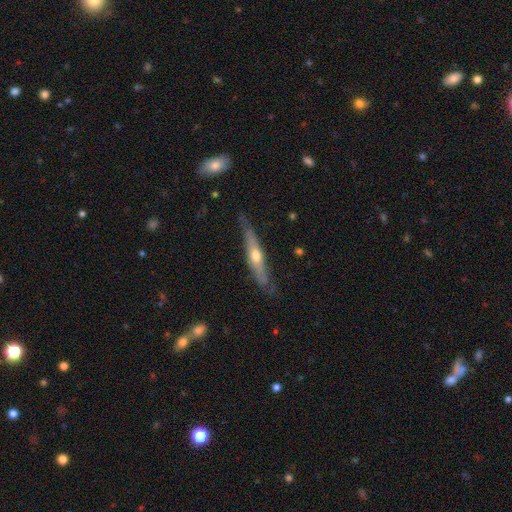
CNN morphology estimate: Smooth or featured? featured or disk (61%)
Edge-on disk? yes (87%)
Edge-on bulge? rounded (87%)
Merging? none (75%)